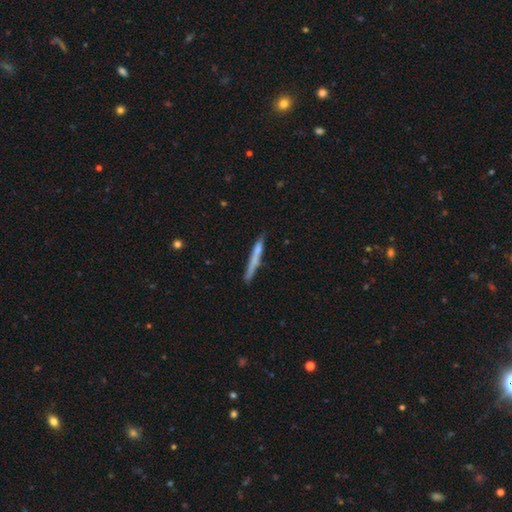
This appears to be a smooth galaxy with no disk features (61%) that is cigar-shaped (100%). Merging: none (76%).